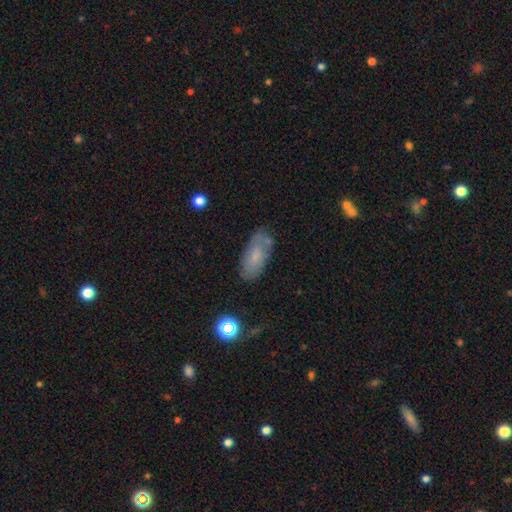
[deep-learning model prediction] A smooth galaxy with no disk features (63%) that is in between round and cigar-shaped (86%).

Vote fractions:
- Smooth or featured? smooth: 63% / featured or disk: 28% / star or artifact: 9%
- How rounded? in between: 86% / cigar-shaped: 11% / round: 3%
- Merging? none: 65% / minor disturbance: 23% / major disturbance: 7% / merger: 5%